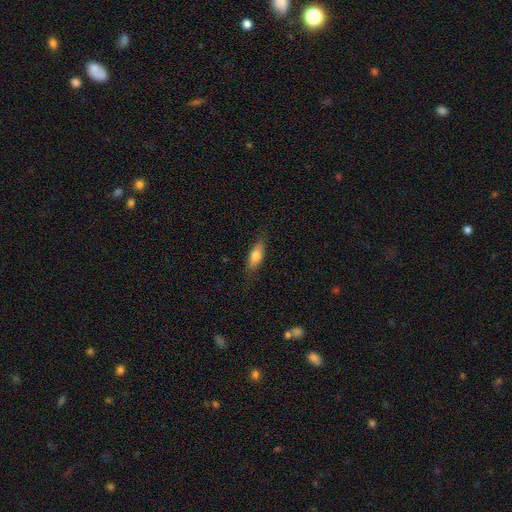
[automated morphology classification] Smooth or featured: smooth — 73% (featured or disk — 20%)
How rounded: in between — 68% (cigar-shaped — 29%)
Merging: none — 80% (minor disturbance — 16%)